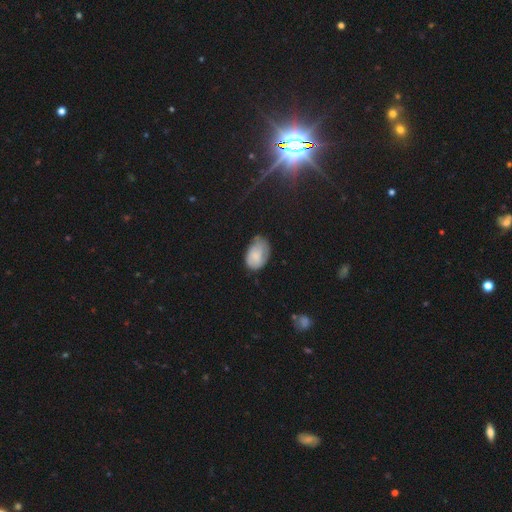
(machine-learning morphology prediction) This appears to be a smooth galaxy with no disk features (74%) that is in between round and cigar-shaped (87%). Merging: none (50%).